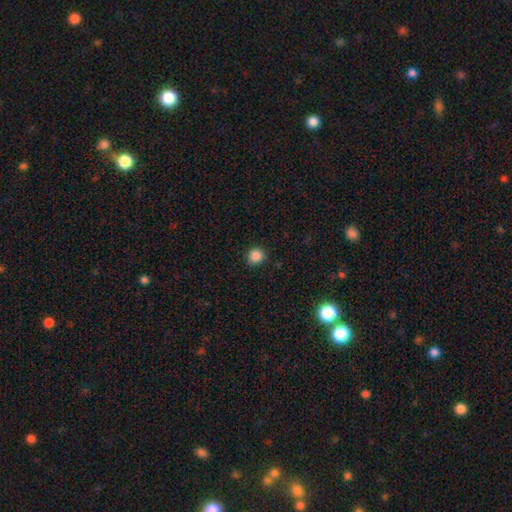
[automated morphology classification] smooth-or-featured: smooth: 86% | star or artifact: 11% | featured or disk: 3%
  how-rounded: round: 89% | in between: 10% | cigar-shaped: 1%
  merging: none: 90% | minor disturbance: 7% | major disturbance: 2% | merger: 1%